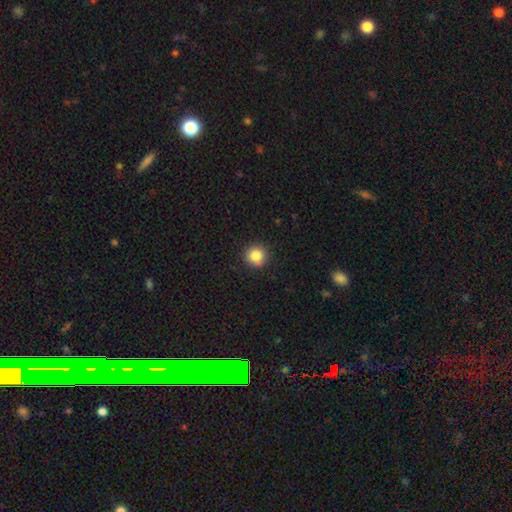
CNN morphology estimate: Smooth or featured: smooth — 84% (star or artifact — 11%)
How rounded: round — 94% (in between — 6%)
Merging: none — 88% (minor disturbance — 9%)